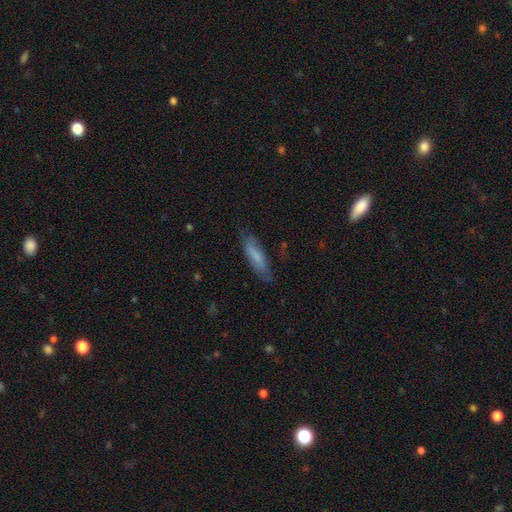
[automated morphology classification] smooth-or-featured: smooth: 68% | featured or disk: 25% | star or artifact: 7%
  how-rounded: cigar-shaped: 66% | in between: 33% | round: 2%
  merging: none: 75% | minor disturbance: 19% | major disturbance: 5% | merger: 1%